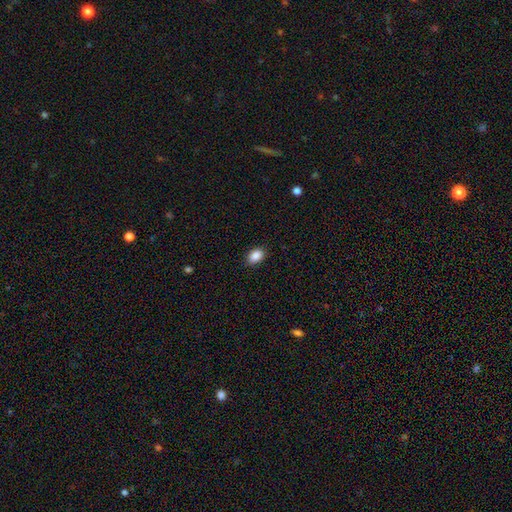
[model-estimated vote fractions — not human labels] Morphology: type=smooth (89%); roundness=in between (83%); merging=none (86%).